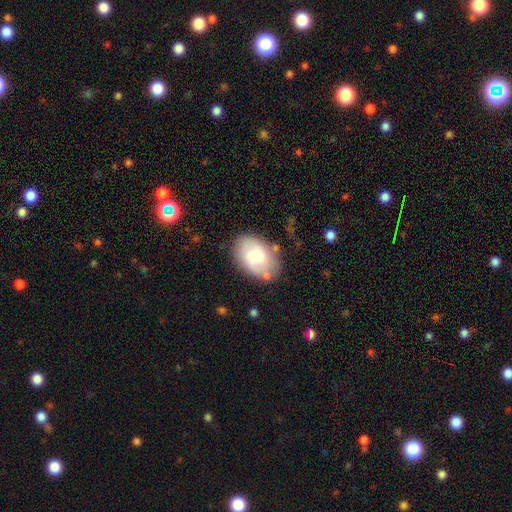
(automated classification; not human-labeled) Q: Smooth or featured?
A: smooth (65%); runner-up: featured or disk (28%)
Q: How rounded?
A: in between (87%); runner-up: round (12%)
Q: Merging?
A: none (66%); runner-up: minor disturbance (21%)